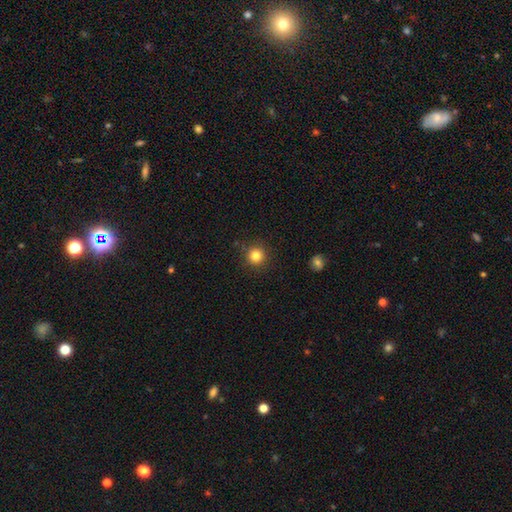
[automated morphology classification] A smooth galaxy with no disk features (83%) that is round (95%).

Vote fractions:
- Smooth or featured? smooth: 83% / star or artifact: 12% / featured or disk: 5%
- How rounded? round: 95% / in between: 4% / cigar-shaped: 1%
- Merging? none: 90% / minor disturbance: 6% / major disturbance: 2% / merger: 2%